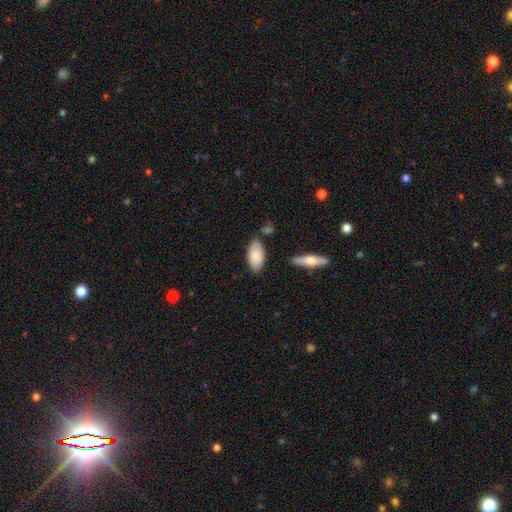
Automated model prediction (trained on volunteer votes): smooth_or_featured: smooth (p=0.84) [alt: featured or disk p=0.11]
how_rounded: in between (p=0.92) [alt: cigar-shaped p=0.06]
merging: none (p=0.77) [alt: minor disturbance p=0.15]